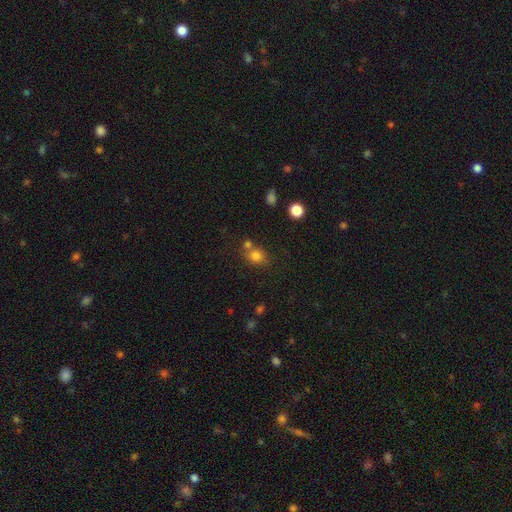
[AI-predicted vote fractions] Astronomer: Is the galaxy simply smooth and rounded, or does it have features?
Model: smooth — 79%.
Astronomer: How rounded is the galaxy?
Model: round — 69%.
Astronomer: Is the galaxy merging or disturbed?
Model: none — 58%.